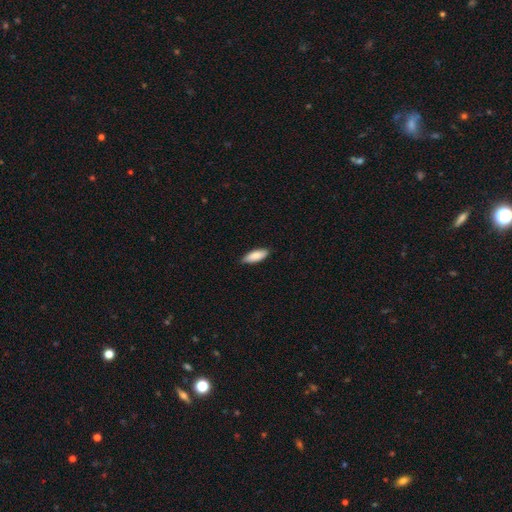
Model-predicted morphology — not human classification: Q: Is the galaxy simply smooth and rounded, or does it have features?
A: smooth — 87%.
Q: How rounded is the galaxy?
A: in between — 73%.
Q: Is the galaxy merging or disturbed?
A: none — 86%.